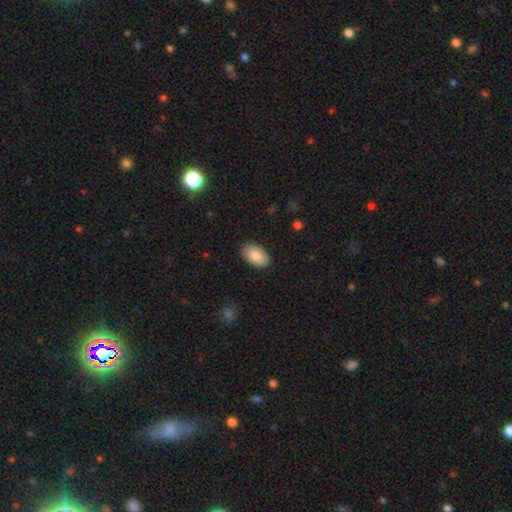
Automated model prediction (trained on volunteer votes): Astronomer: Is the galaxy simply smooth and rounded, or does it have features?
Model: smooth — 85%.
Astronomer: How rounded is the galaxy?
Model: in between — 93%.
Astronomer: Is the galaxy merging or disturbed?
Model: none — 87%.